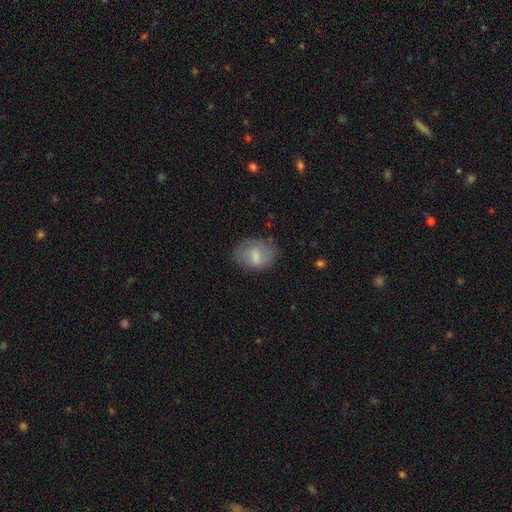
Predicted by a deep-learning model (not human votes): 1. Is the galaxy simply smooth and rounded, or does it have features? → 68% smooth, 25% featured or disk, 7% star or artifact.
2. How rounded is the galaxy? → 73% in between, 25% round, 1% cigar-shaped.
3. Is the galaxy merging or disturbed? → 70% none, 21% minor disturbance, 8% major disturbance, 2% merger.